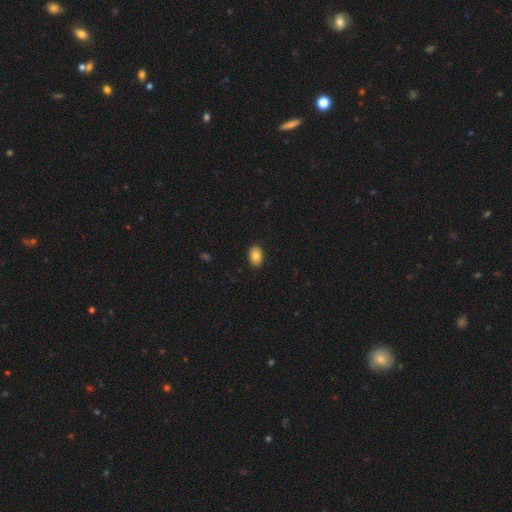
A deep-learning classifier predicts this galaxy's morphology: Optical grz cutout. It shows a smooth galaxy with no disk features (84%) that is in between round and cigar-shaped (86%). Merging: none (89%).